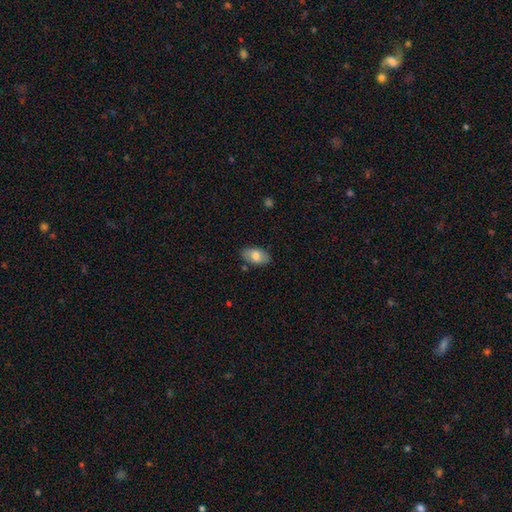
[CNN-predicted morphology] smooth_or_featured: smooth (p=0.78) [alt: featured or disk p=0.15]
how_rounded: in between (p=0.93) [alt: round p=0.05]
merging: none (p=0.81) [alt: minor disturbance p=0.14]